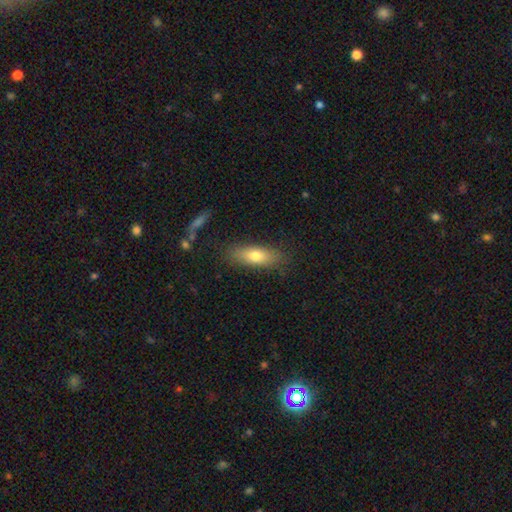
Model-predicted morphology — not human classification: A smooth galaxy with no disk features (72%) that is in between round and cigar-shaped (59%). Merging: none (83%).